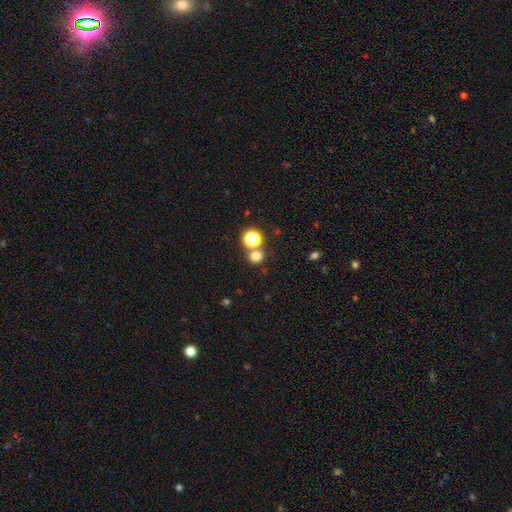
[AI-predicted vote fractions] The model was most divided on "merging": none: 70%, merger: 20%, minor disturbance: 7%, major disturbance: 3%. More confident: how rounded — round (89%); smooth or featured — smooth (74%).